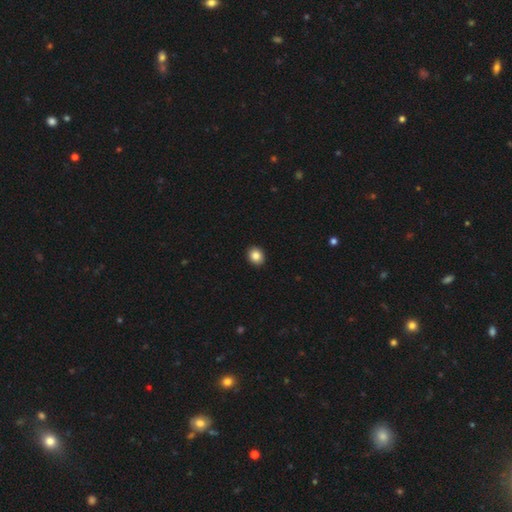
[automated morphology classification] Q: Smooth or featured?
A: smooth (86%); runner-up: star or artifact (9%)
Q: How rounded?
A: round (65%); runner-up: in between (34%)
Q: Merging?
A: none (92%); runner-up: minor disturbance (5%)